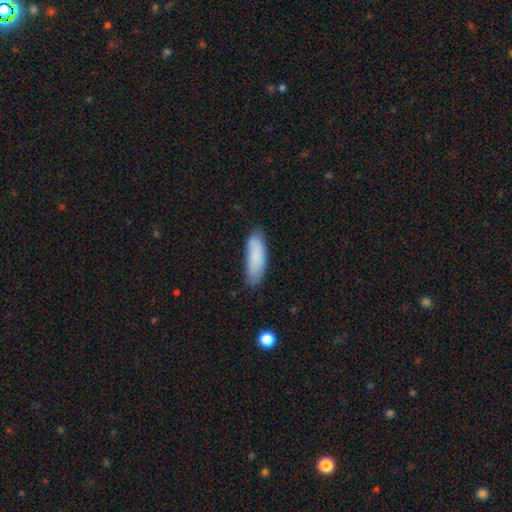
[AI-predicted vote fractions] smooth-or-featured: smooth: 84% | featured or disk: 10% | star or artifact: 6%
  how-rounded: in between: 53% | cigar-shaped: 46% | round: 2%
  merging: none: 73% | minor disturbance: 21% | major disturbance: 4% | merger: 2%